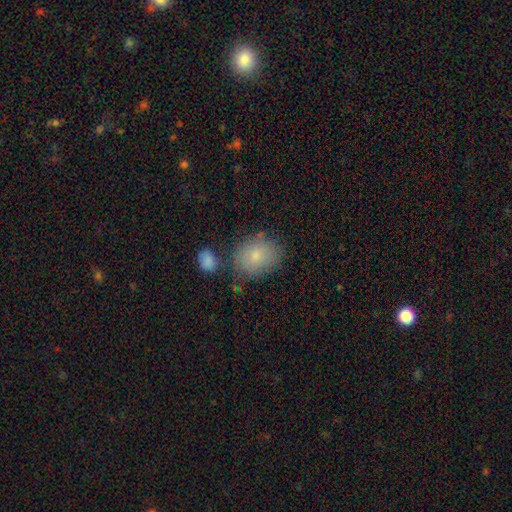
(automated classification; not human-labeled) Smooth or featured? smooth (81%)
How rounded? in between (53%)
Merging? none (70%)